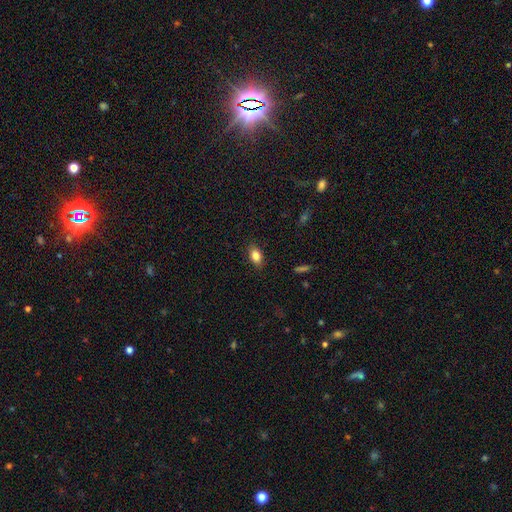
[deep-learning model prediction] A smooth galaxy with no disk features (84%) that is in between round and cigar-shaped (86%).

Vote fractions:
- Smooth or featured? smooth: 84% / star or artifact: 9% / featured or disk: 7%
- How rounded? in between: 86% / round: 11% / cigar-shaped: 2%
- Merging? none: 86% / minor disturbance: 10% / major disturbance: 2% / merger: 1%